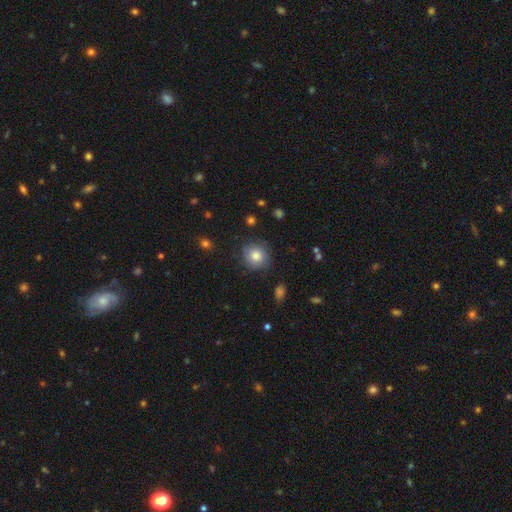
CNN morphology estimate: Smooth or featured? smooth (80%)
How rounded? round (87%)
Merging? none (83%)